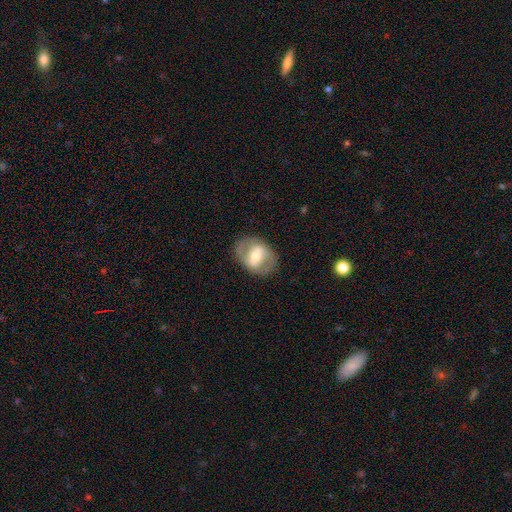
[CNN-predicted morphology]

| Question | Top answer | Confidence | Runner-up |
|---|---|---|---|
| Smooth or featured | featured or disk | 64% | smooth (30%) |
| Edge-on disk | no | 94% | yes (6%) |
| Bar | strong | 51% | weak (35%) |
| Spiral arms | yes | 57% | no (43%) |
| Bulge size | moderate | 53% | small (26%) |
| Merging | none | 80% | minor disturbance (13%) |